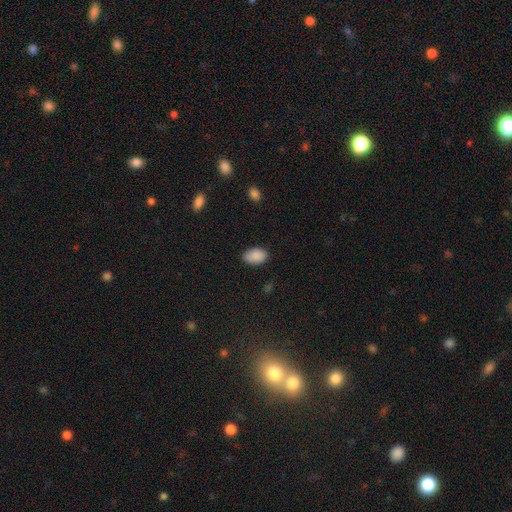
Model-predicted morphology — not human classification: smooth_or_featured: smooth (p=0.89) [alt: star or artifact p=0.07]
how_rounded: in between (p=0.89) [alt: round p=0.10]
merging: none (p=0.81) [alt: minor disturbance p=0.15]